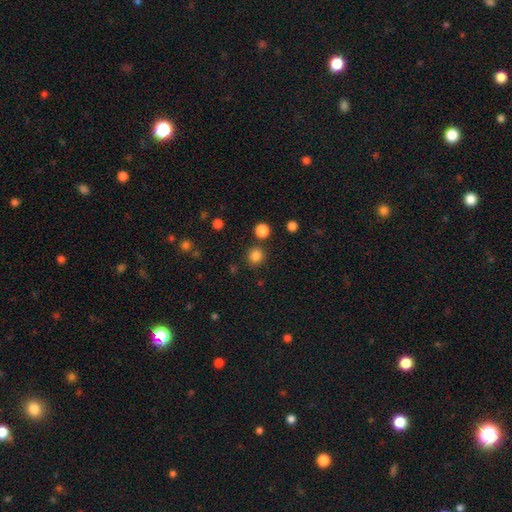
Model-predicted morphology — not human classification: Smooth or featured? smooth (83%)
How rounded? round (87%)
Merging? none (84%)